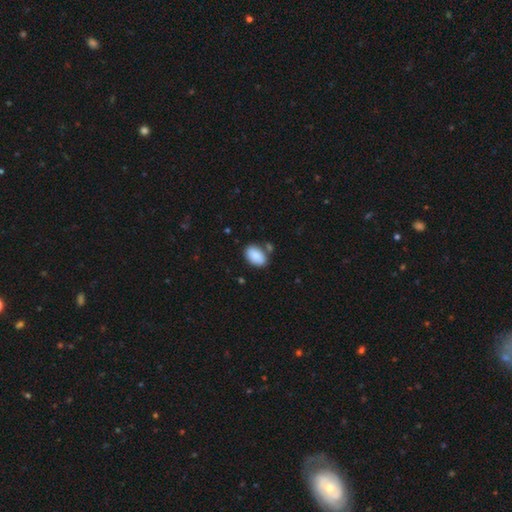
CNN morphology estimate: type=smooth (89%); roundness=in between (92%); merging=none (73%).